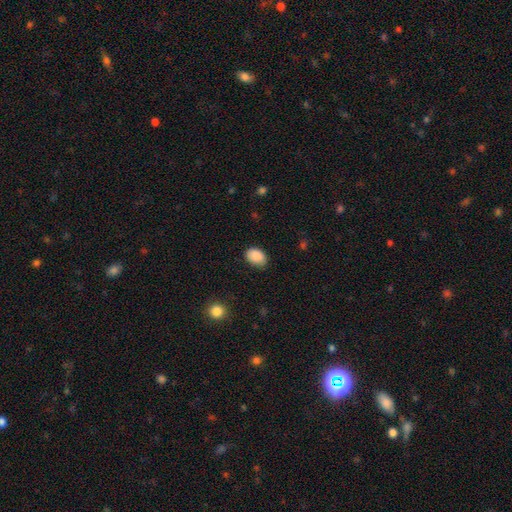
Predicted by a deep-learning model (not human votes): A smooth galaxy with no disk features (89%) that is in between round and cigar-shaped (81%).

Vote fractions:
- Smooth or featured? smooth: 89% / star or artifact: 7% / featured or disk: 3%
- How rounded? in between: 81% / round: 18% / cigar-shaped: 1%
- Merging? none: 81% / minor disturbance: 15% / major disturbance: 3% / merger: 1%